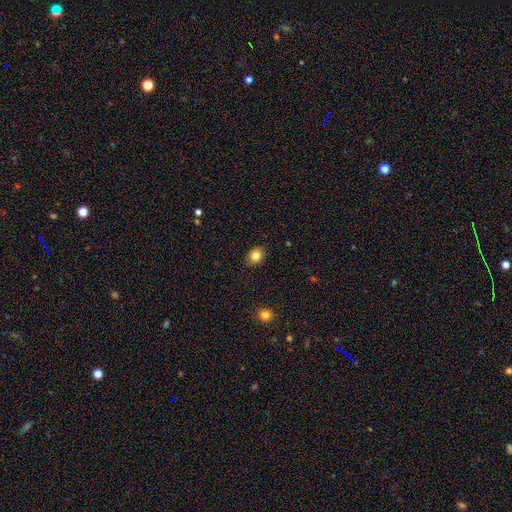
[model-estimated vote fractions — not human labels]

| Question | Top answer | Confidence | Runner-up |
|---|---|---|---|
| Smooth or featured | smooth | 82% | star or artifact (10%) |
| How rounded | in between | 51% | round (48%) |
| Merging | none | 88% | minor disturbance (9%) |